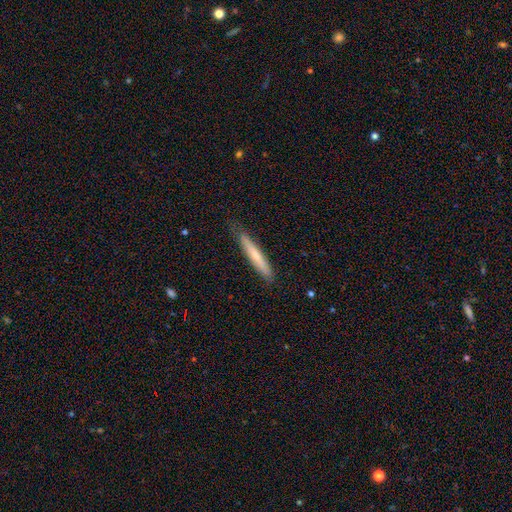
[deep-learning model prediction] Smooth or featured? smooth (65%)
How rounded? cigar-shaped (94%)
Merging? none (79%)